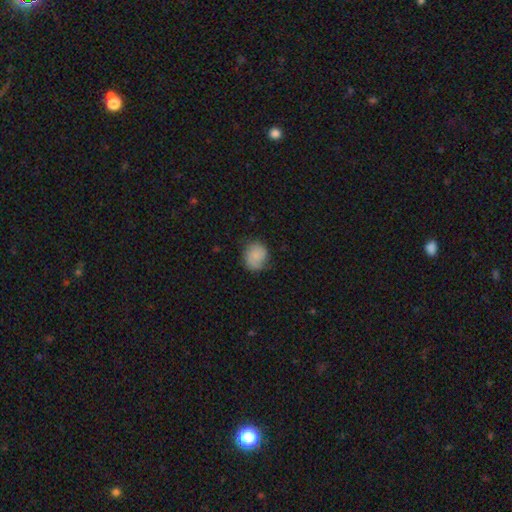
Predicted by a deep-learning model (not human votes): Overall: smooth (75%). How rounded: round (73%). Merging: none (64%; minor disturbance 26%).